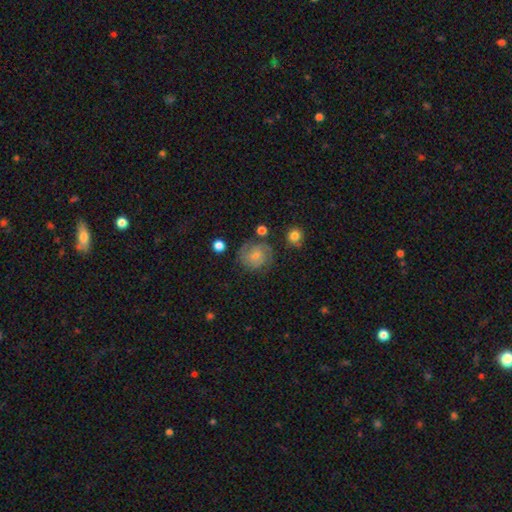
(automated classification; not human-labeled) Smooth or featured?
  - featured or disk: 60% *
  - smooth: 29%
  - star or artifact: 11%
Edge-on disk?
  - no: 98% *
  - yes: 2%
Bar?
  - no: 71% *
  - weak: 25%
  - strong: 4%
Spiral arms?
  - yes: 90% *
  - no: 10%
Spiral winding?
  - tight: 60% *
  - medium: 32%
  - loose: 8%
Spiral arm count?
  - 2: 53% *
  - can't tell: 24%
  - 3: 12%
  - 1: 4%
  - 4: 3%
  - more than 4: 3%
Bulge size?
  - small: 58% *
  - moderate: 32%
  - none: 6%
  - large: 2%
  - dominant: 1%
Merging?
  - none: 75% *
  - minor disturbance: 16%
  - major disturbance: 6%
  - merger: 3%